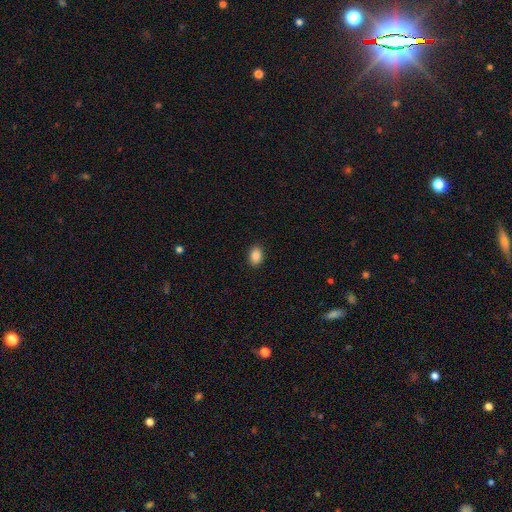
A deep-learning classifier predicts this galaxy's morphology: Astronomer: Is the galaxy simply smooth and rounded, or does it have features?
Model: smooth — 87%.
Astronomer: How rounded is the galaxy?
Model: in between — 79%.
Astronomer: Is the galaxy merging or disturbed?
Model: none — 90%.